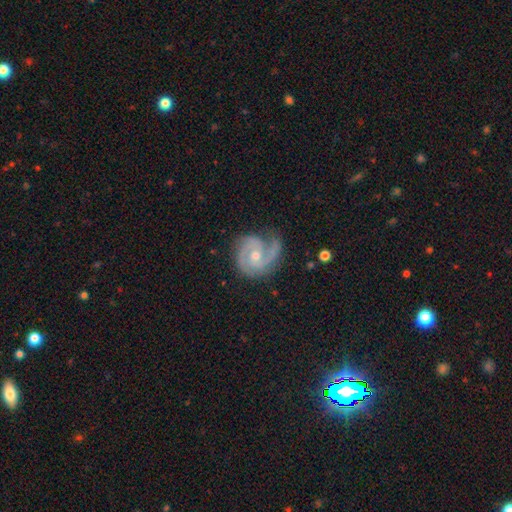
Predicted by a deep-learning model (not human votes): Smooth or featured? Predicted: featured or disk (p=0.90). Edge-on disk? Predicted: no (p=0.98). Bar? Predicted: no (p=0.60). Spiral arms? Predicted: yes (p=0.98). Spiral winding? Predicted: medium (p=0.46). Spiral arm count? Predicted: 2 (p=0.70). Bulge size? Predicted: moderate (p=0.52). Merging? Predicted: none (p=0.70).